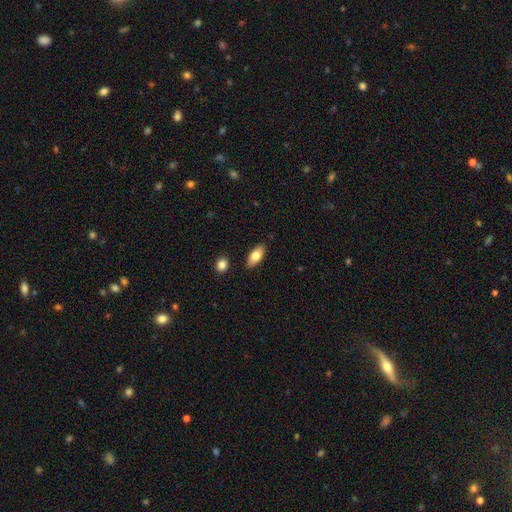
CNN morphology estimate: Smooth or featured? smooth (79%)
How rounded? in between (88%)
Merging? none (87%)